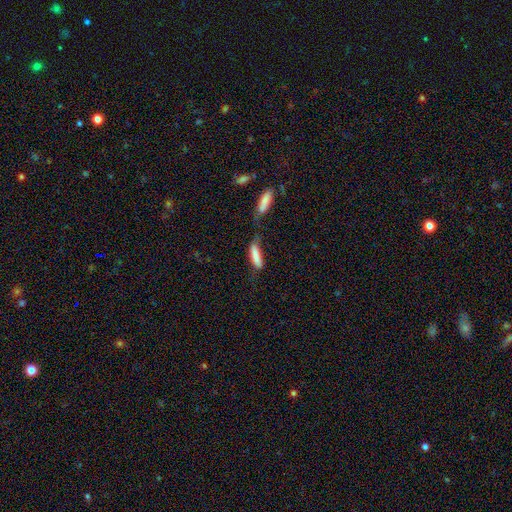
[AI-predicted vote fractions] smooth_or_featured: smooth (p=0.80) [alt: featured or disk p=0.12]
how_rounded: cigar-shaped (p=0.66) [alt: in between p=0.32]
merging: none (p=0.31) [tied with: merger p=0.31]